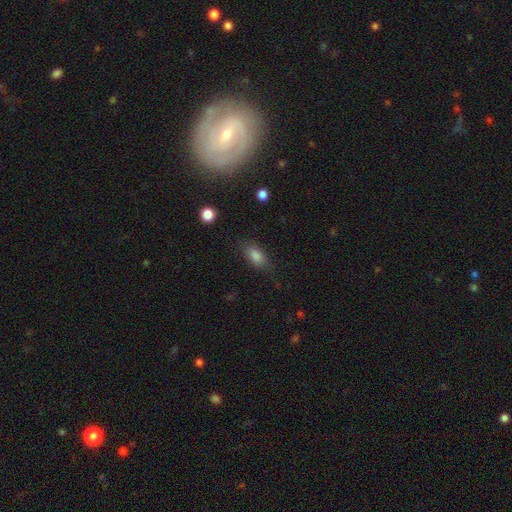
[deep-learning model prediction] smooth-or-featured: smooth: 81% | star or artifact: 10% | featured or disk: 9%
  how-rounded: in between: 83% | cigar-shaped: 12% | round: 5%
  merging: none: 79% | minor disturbance: 15% | major disturbance: 5% | merger: 2%